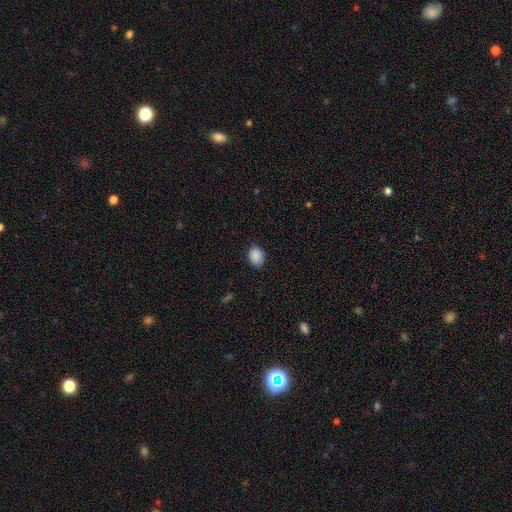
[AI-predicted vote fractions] This appears to be a smooth galaxy with no disk features (89%) that is in between round and cigar-shaped (60%). Merging: none (83%).